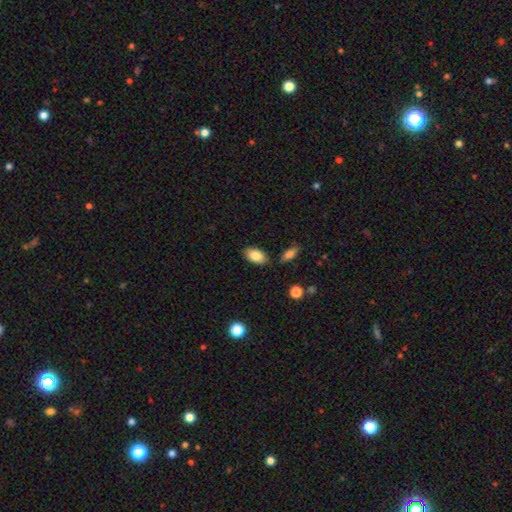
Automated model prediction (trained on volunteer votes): This is clearly a smooth galaxy (84%). How rounded: clearly in between (93%). Merging: clearly none (83%).